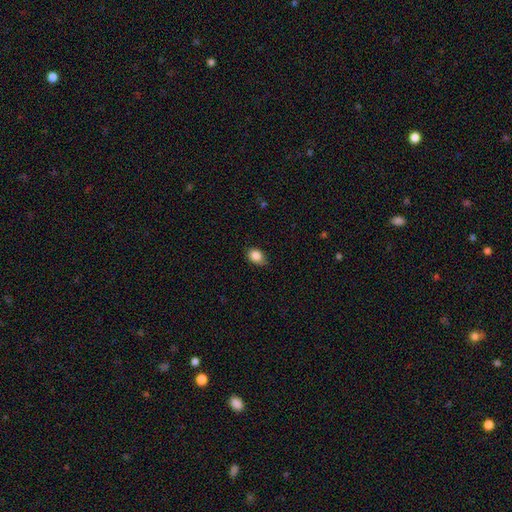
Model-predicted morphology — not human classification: Smooth or featured? Predicted: smooth (p=0.86). How rounded? Predicted: in between (p=0.66). Merging? Predicted: none (p=0.68).